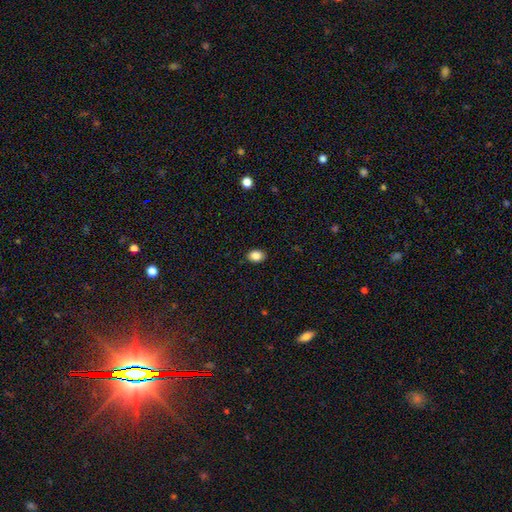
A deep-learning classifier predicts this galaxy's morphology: The model was most divided on "how rounded": in between: 69%, round: 30%, cigar-shaped: 1%. More confident: merging — none (88%); smooth or featured — smooth (86%).